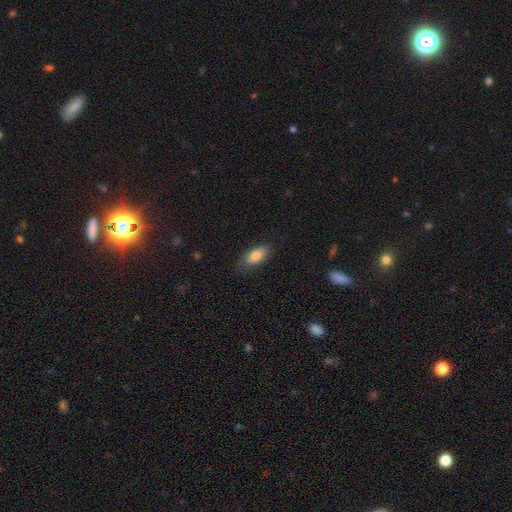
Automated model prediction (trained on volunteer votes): The model was most divided on "merging": none: 74%, minor disturbance: 20%, major disturbance: 5%, merger: 1%. More confident: how rounded — in between (88%); smooth or featured — smooth (81%).